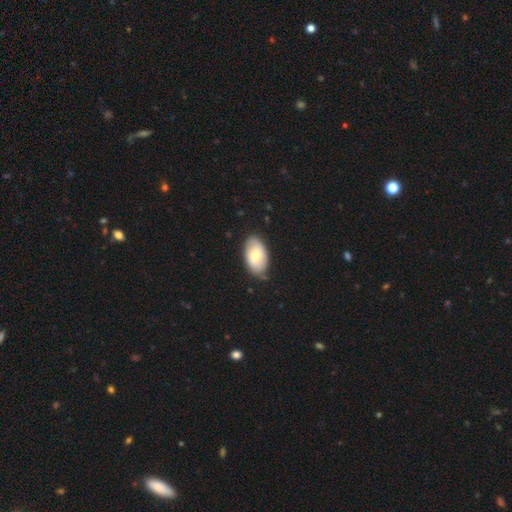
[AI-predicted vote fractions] Overall: smooth (67%). How rounded: in between (94%). Merging: none (74%).